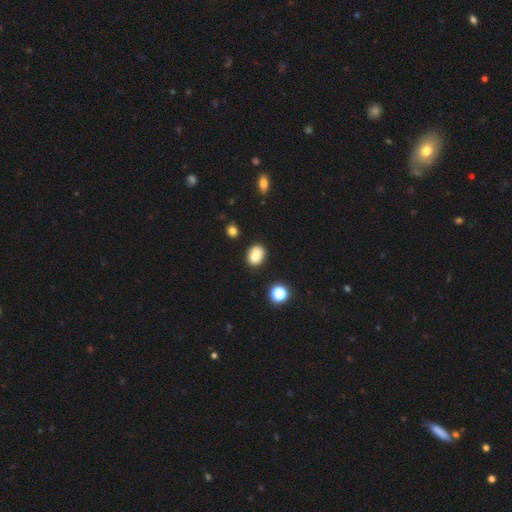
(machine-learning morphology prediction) smooth_or_featured: smooth (p=0.83) [alt: star or artifact p=0.11]
how_rounded: in between (p=0.63) [alt: round p=0.36]
merging: none (p=0.81) [alt: minor disturbance p=0.13]